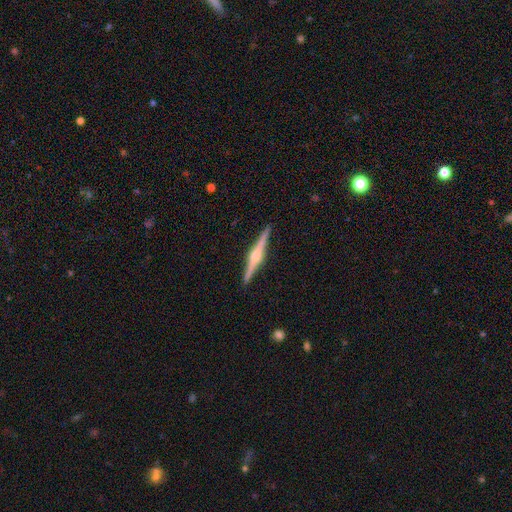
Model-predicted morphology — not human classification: Smooth or featured? featured or disk (84%)
Edge-on disk? yes (99%)
Edge-on bulge? rounded (89%)
Merging? none (92%)